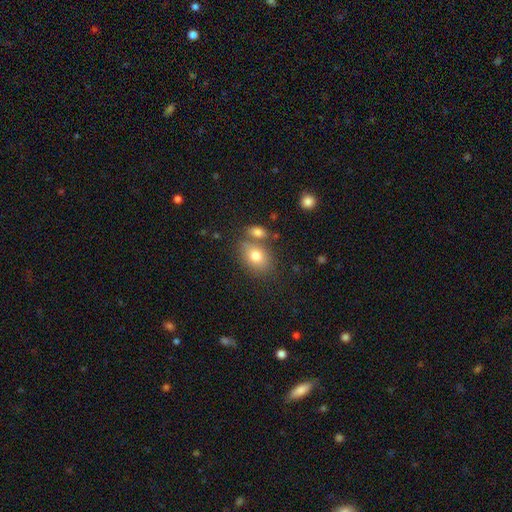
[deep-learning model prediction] smooth 78%, featured or disk 13%, star or artifact 9%. Down the decision tree: how rounded — in between (72%); merging — none (58%).